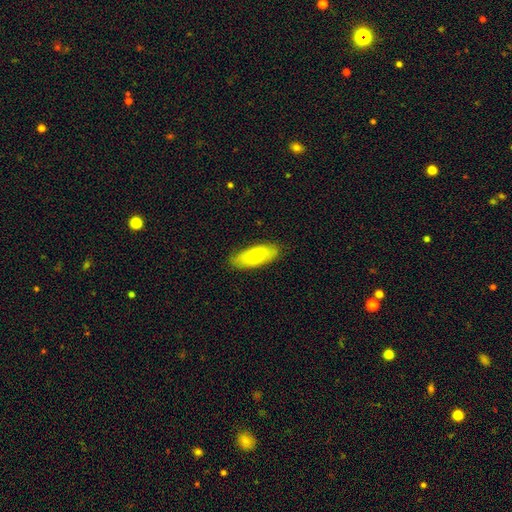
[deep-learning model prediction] Q: Smooth or featured?
A: smooth (76%); runner-up: featured or disk (18%)
Q: How rounded?
A: in between (77%); runner-up: cigar-shaped (21%)
Q: Merging?
A: none (83%); runner-up: minor disturbance (14%)